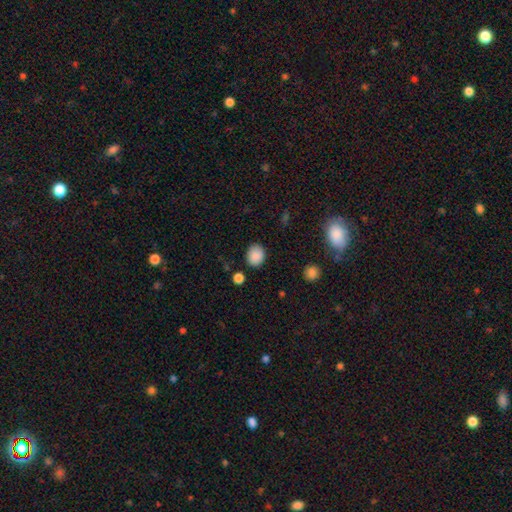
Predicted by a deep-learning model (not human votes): Smooth or featured?
  - smooth: 87% *
  - star or artifact: 9%
  - featured or disk: 4%
How rounded?
  - round: 59% *
  - in between: 40%
  - cigar-shaped: 1%
Merging?
  - none: 84% *
  - minor disturbance: 11%
  - major disturbance: 3%
  - merger: 2%